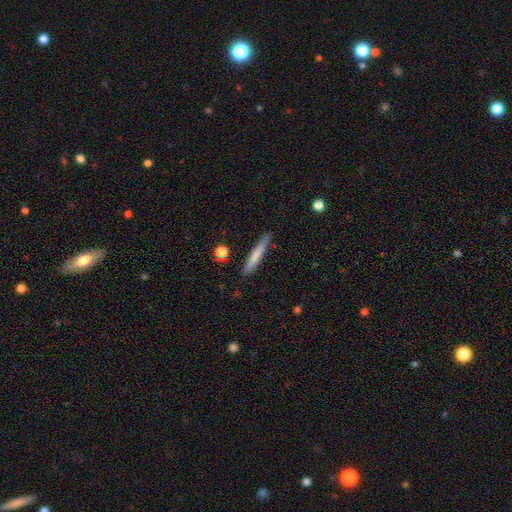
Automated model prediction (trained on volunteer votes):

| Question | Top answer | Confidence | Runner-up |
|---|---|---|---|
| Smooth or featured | smooth | 68% | featured or disk (25%) |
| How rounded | cigar-shaped | 95% | in between (4%) |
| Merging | none | 82% | minor disturbance (13%) |